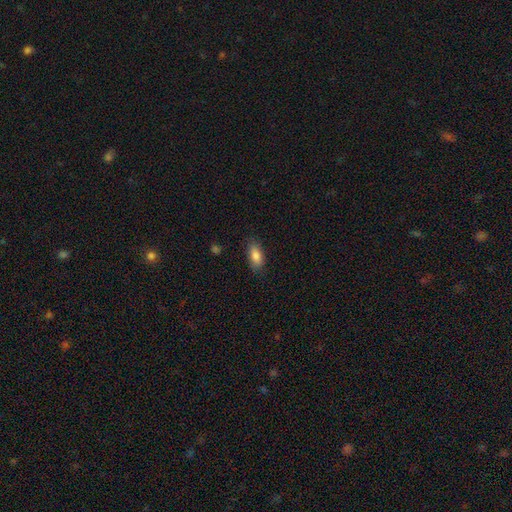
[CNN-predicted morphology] Smooth or featured? smooth (85%)
How rounded? in between (87%)
Merging? none (84%)